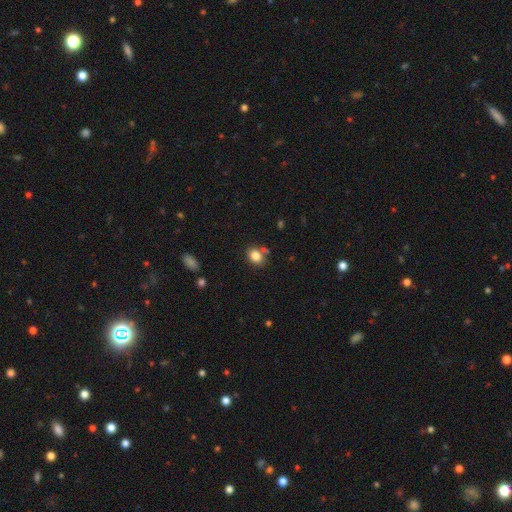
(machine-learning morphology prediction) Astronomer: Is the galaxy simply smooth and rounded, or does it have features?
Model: smooth — 83%.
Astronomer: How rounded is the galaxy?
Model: round — 52% (runner-up: in between, 47%).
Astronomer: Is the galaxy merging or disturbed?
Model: none — 70%.